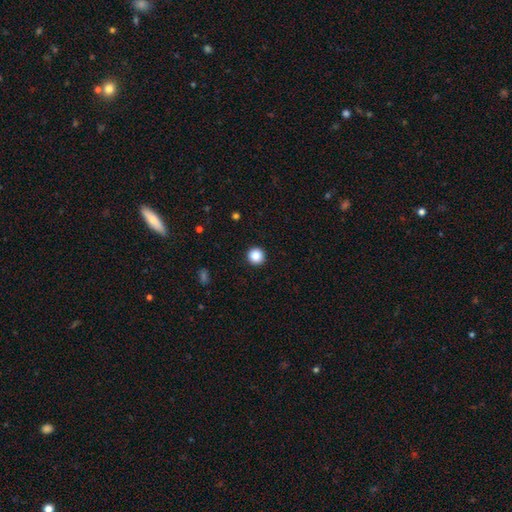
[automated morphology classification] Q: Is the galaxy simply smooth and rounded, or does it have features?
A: smooth — 86%.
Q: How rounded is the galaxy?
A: round — 96%.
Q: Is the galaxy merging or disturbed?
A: none — 94%.